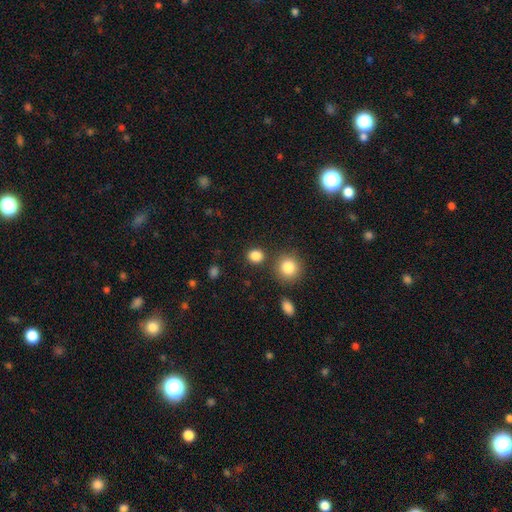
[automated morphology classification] Smooth or featured? Predicted: smooth (p=0.85). How rounded? Predicted: round (p=0.76). Merging? Predicted: none (p=0.82).